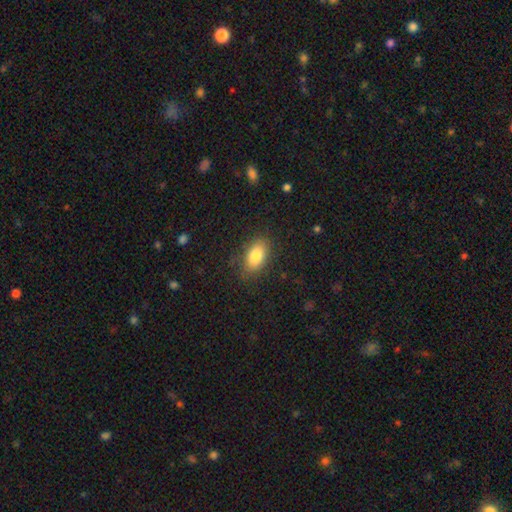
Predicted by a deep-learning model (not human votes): Overall: smooth (81%). How rounded: in between (89%). Merging: none (82%).